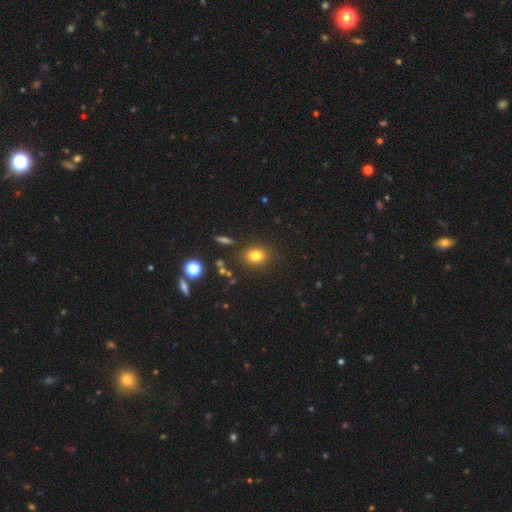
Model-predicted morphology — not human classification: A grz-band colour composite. It shows a smooth galaxy with no disk features (78%) that is in between round and cigar-shaped (54%). Merging: none (84%).